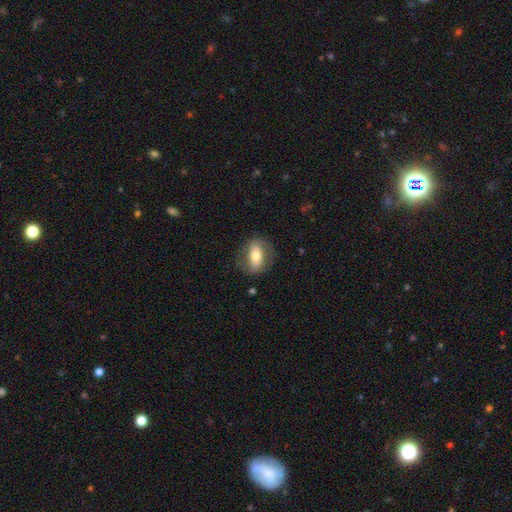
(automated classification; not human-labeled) This appears to be a smooth galaxy with no disk features (47%). Merging: none (74%).